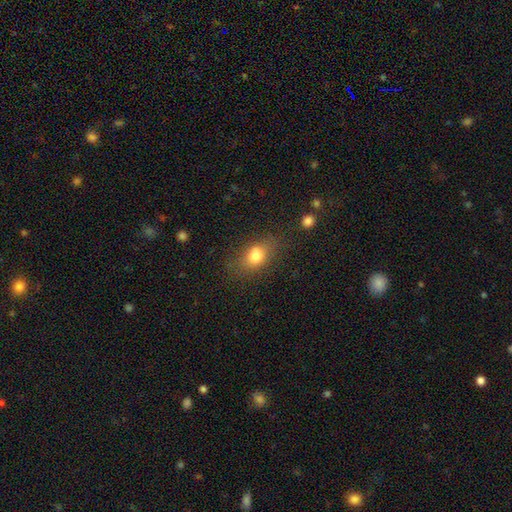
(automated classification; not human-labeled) Smooth or featured? smooth (78%)
How rounded? in between (71%)
Merging? none (71%)